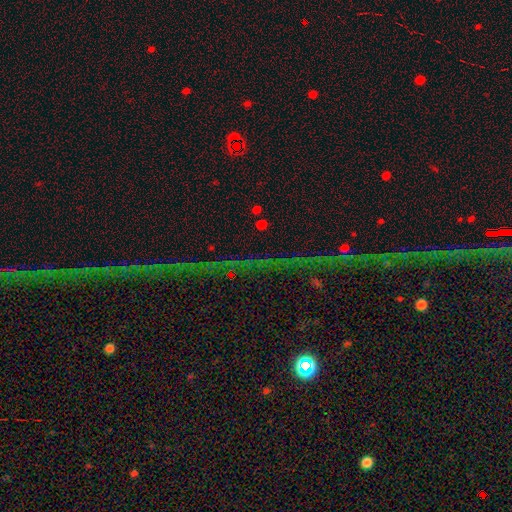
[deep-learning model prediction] Smooth or featured? star or artifact (72%)